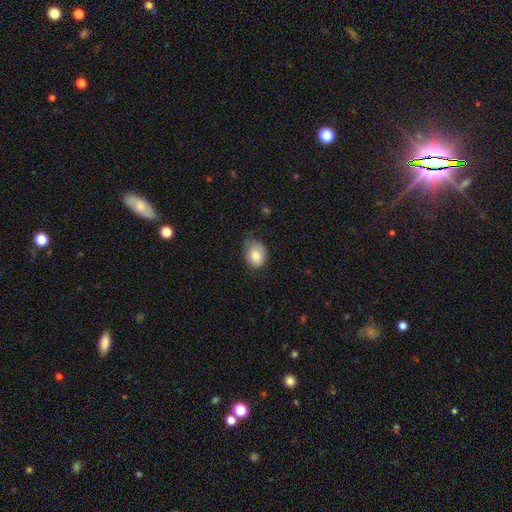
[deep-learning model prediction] This appears to be a smooth galaxy with no disk features (81%) that is in between round and cigar-shaped (52%). Merging: none (54%).